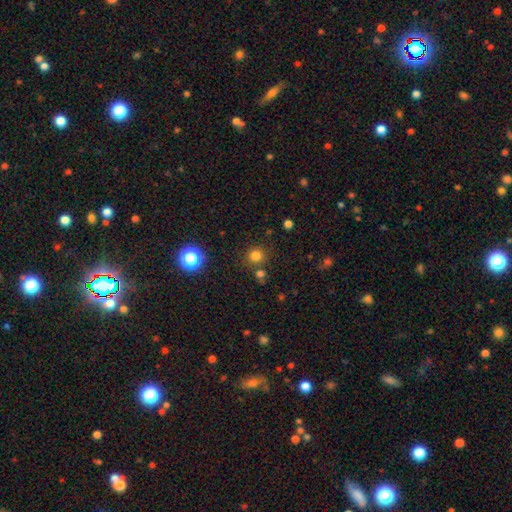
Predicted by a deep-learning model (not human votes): The model was most divided on "smooth or featured": smooth: 76%, star or artifact: 18%, featured or disk: 5%. More confident: how rounded — round (91%); merging — none (77%).